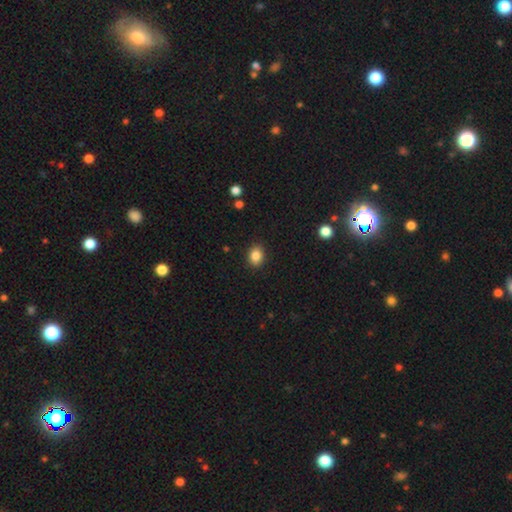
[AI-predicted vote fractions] This is clearly a smooth galaxy (86%). How rounded: possibly in between (59%). Merging: clearly none (89%).